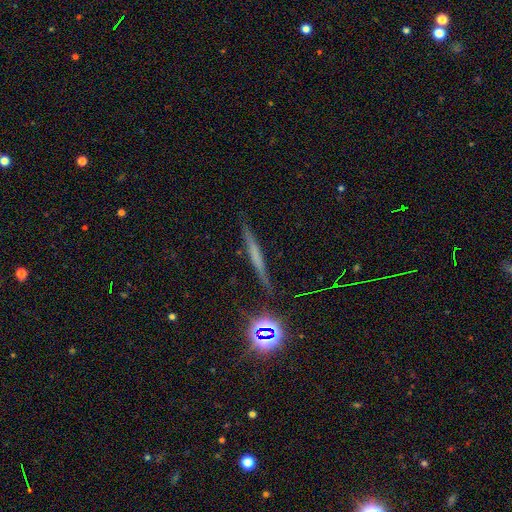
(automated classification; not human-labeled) Q: Smooth or featured?
A: featured or disk (42%); runner-up: smooth (40%)
Q: Merging?
A: none (86%); runner-up: minor disturbance (9%)